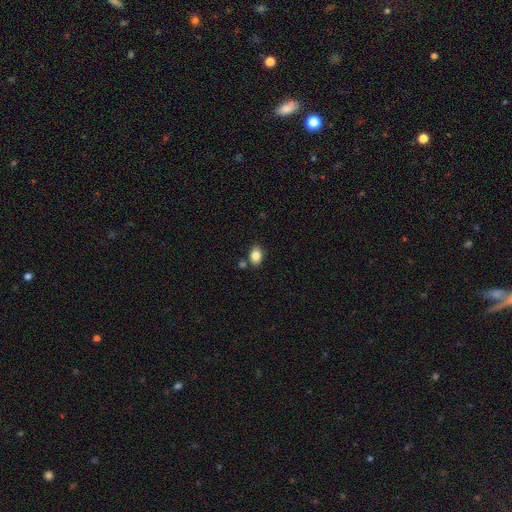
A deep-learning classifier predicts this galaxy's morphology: Smooth or featured? smooth (85%)
How rounded? in between (77%)
Merging? none (76%)